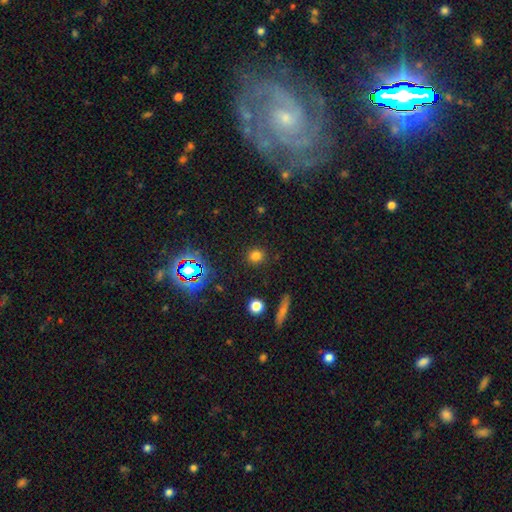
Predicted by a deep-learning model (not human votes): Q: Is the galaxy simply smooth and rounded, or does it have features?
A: smooth — 76%.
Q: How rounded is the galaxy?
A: round — 86%.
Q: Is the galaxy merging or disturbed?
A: none — 89%.